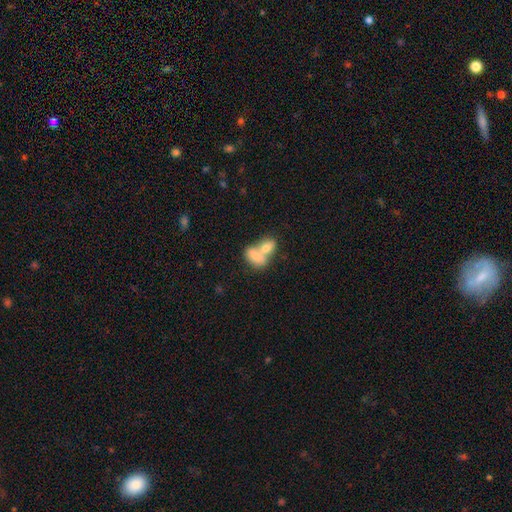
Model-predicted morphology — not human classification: A smooth galaxy with no disk features (75%) that is in between round and cigar-shaped (84%).

Vote fractions:
- Smooth or featured? smooth: 75% / featured or disk: 18% / star or artifact: 7%
- How rounded? in between: 84% / round: 13% / cigar-shaped: 3%
- Merging? merger: 74% / none: 17% / minor disturbance: 6% / major disturbance: 4%